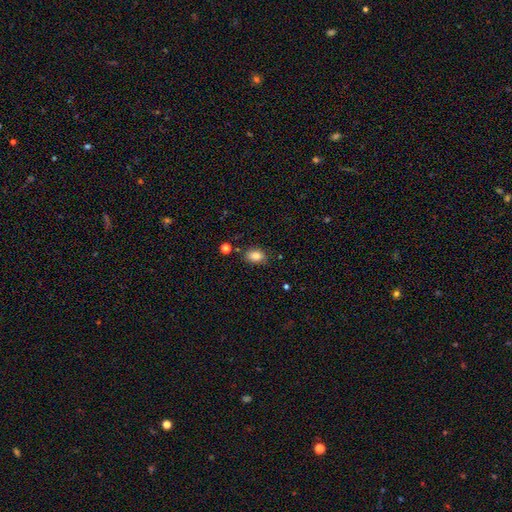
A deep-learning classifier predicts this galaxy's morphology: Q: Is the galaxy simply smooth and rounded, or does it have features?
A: smooth — 84%.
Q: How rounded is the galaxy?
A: in between — 80%.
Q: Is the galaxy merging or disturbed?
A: none — 81%.